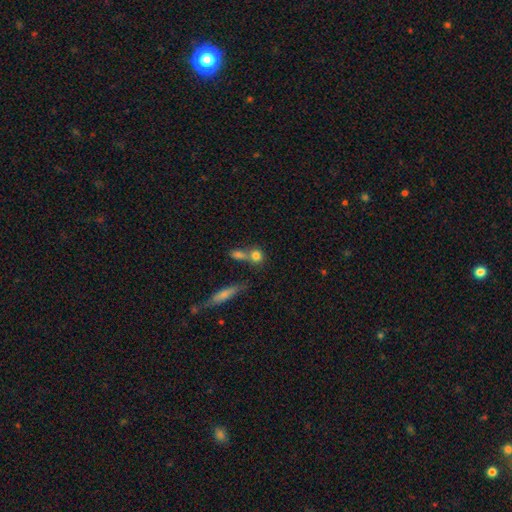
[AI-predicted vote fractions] Smooth or featured? Predicted: smooth (p=0.78). How rounded? Predicted: round (p=0.67). Merging? Predicted: none (p=0.46).